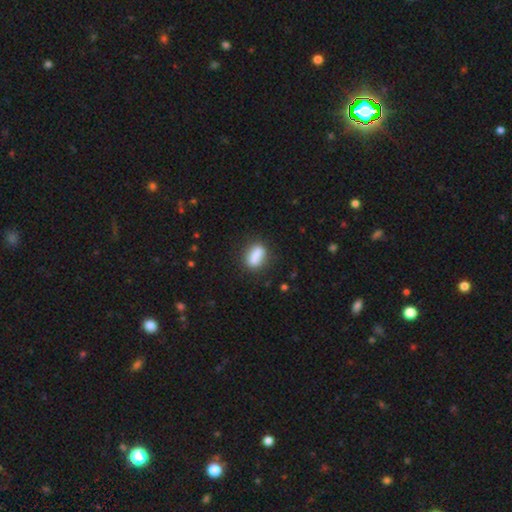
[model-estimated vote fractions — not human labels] Smooth or featured?
  - smooth: 82% *
  - featured or disk: 10%
  - star or artifact: 8%
How rounded?
  - in between: 73% *
  - cigar-shaped: 16%
  - round: 11%
Merging?
  - none: 76% *
  - minor disturbance: 14%
  - major disturbance: 5%
  - merger: 5%